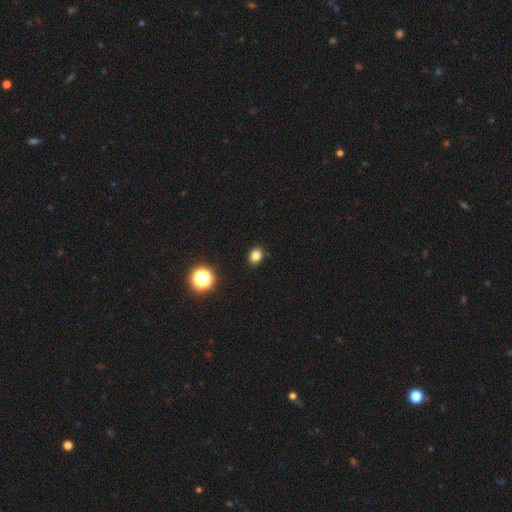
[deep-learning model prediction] A smooth galaxy with no disk features (80%) that is round (57%). Merging: none (90%).